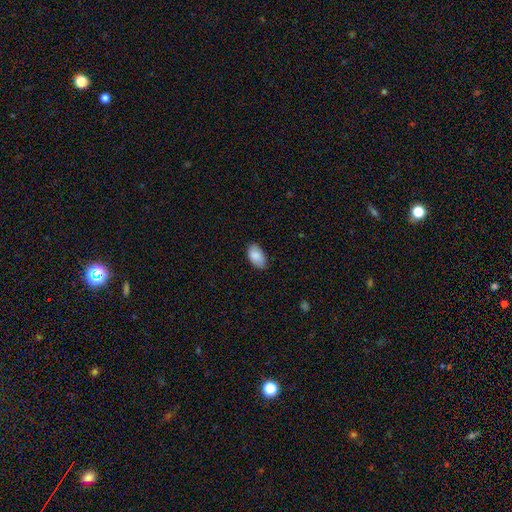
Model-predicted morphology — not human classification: A smooth galaxy with no disk features (89%) that is in between round and cigar-shaped (94%).

Vote fractions:
- Smooth or featured? smooth: 89% / star or artifact: 6% / featured or disk: 5%
- How rounded? in between: 94% / round: 4% / cigar-shaped: 1%
- Merging? none: 82% / minor disturbance: 15% / major disturbance: 2% / merger: 1%